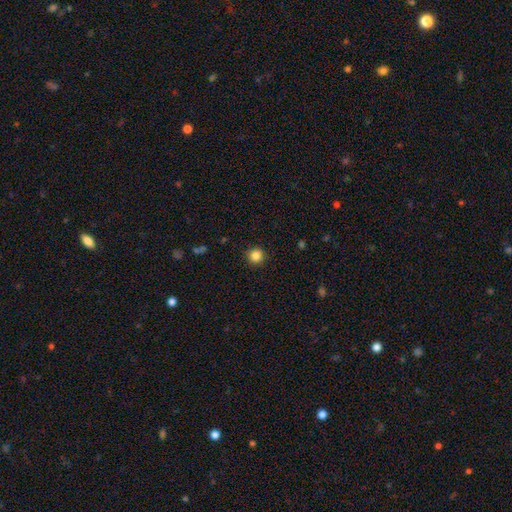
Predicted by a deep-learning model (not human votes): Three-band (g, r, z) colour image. It shows a smooth galaxy with no disk features (86%) that is round (95%). Merging: none (91%).